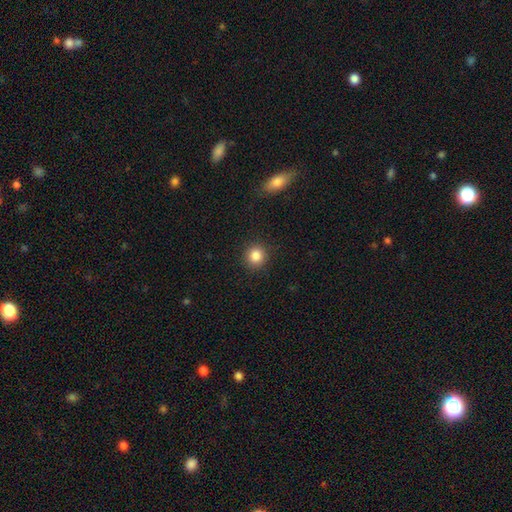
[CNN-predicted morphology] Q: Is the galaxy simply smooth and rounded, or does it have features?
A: smooth — 84%.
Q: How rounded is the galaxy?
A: round — 92%.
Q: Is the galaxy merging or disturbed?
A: none — 91%.